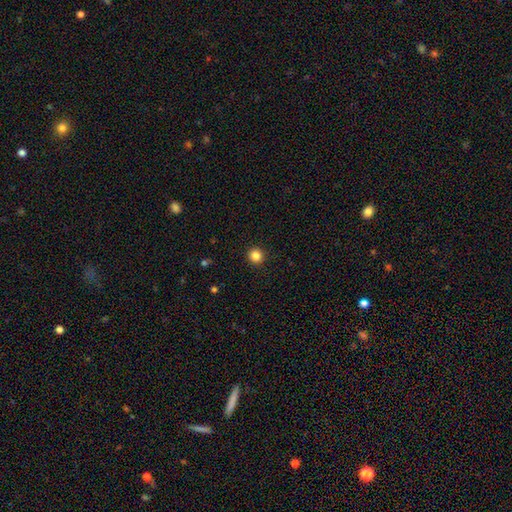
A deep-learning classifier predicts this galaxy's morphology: The model was most divided on "smooth or featured": smooth: 85%, star or artifact: 11%, featured or disk: 4%. More confident: how rounded — round (94%); merging — none (93%).